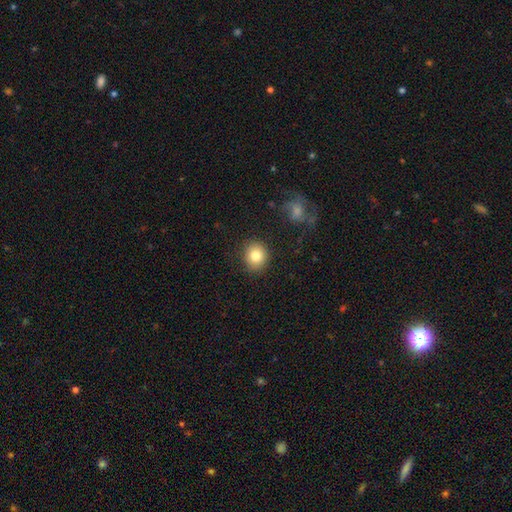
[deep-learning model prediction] A smooth galaxy with no disk features (82%) that is round (82%). Merging: none (88%).